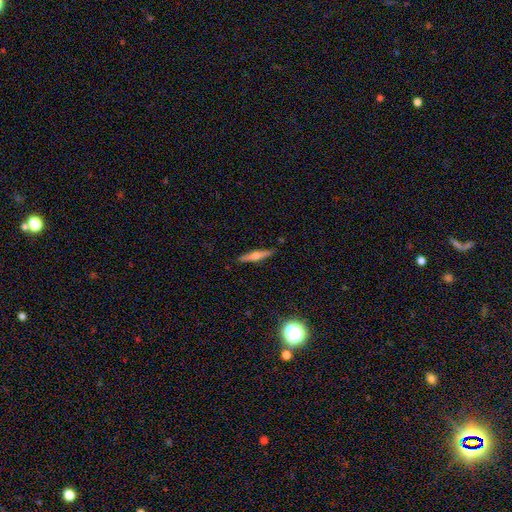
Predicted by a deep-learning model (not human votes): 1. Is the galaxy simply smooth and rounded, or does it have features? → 50% featured or disk, 44% smooth, 7% star or artifact.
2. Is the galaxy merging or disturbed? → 88% none, 8% minor disturbance, 2% major disturbance, 1% merger.